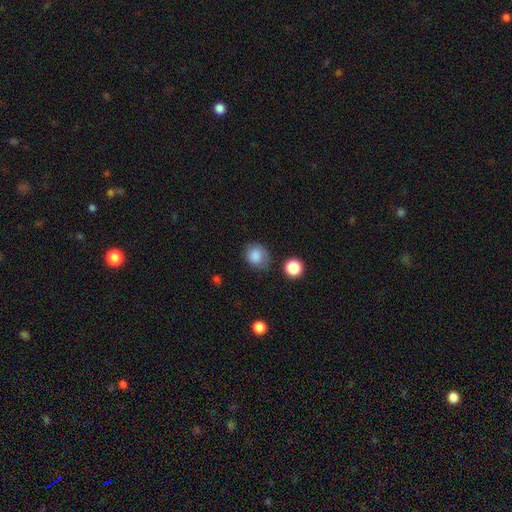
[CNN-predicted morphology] A smooth galaxy with no disk features (86%) that is round (68%).

Vote fractions:
- Smooth or featured? smooth: 86% / star or artifact: 9% / featured or disk: 5%
- How rounded? round: 68% / in between: 31% / cigar-shaped: 1%
- Merging? none: 71% / minor disturbance: 20% / major disturbance: 6% / merger: 3%